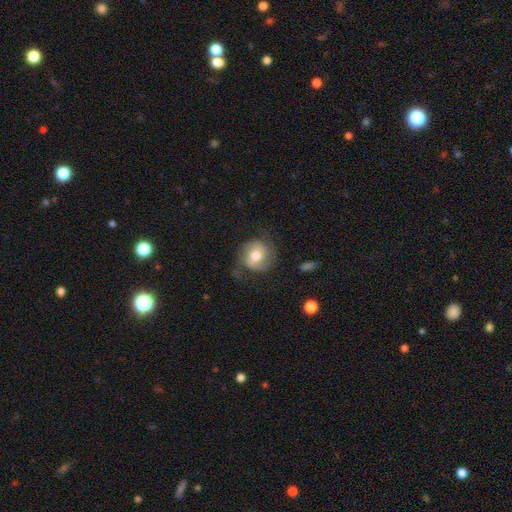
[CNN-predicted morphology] Q: Smooth or featured?
A: featured or disk (48%); runner-up: smooth (44%)
Q: Merging?
A: none (65%); runner-up: minor disturbance (21%)